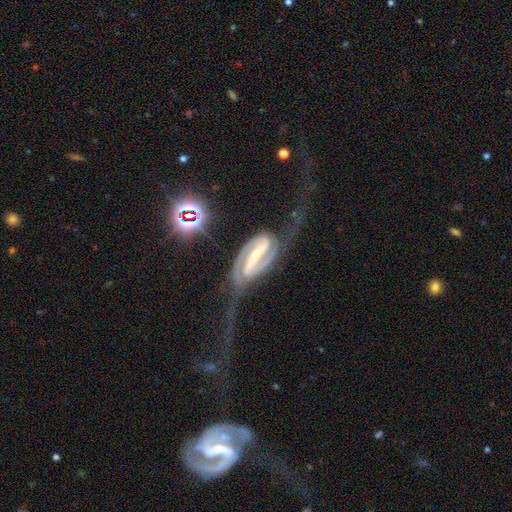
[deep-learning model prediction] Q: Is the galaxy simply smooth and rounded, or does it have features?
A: featured or disk — 91%.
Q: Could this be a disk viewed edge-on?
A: no — 94%.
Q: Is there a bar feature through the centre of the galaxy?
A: strong — 80%.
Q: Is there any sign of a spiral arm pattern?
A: yes — 97%.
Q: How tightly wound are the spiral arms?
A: medium — 41%.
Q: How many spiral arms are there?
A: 2 — 93%.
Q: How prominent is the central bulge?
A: small — 60%.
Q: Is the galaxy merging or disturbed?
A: none — 43%.